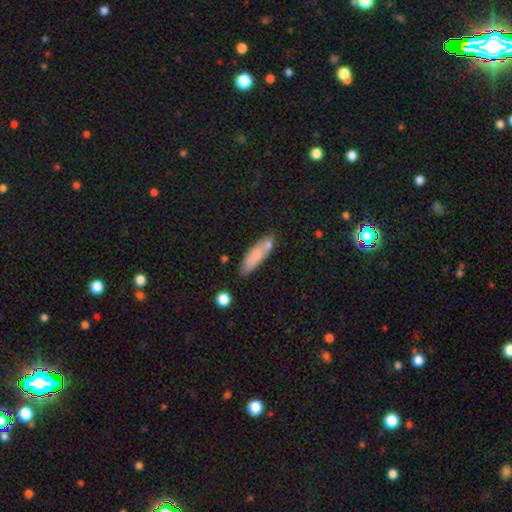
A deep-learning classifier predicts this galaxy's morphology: A smooth galaxy with no disk features (75%) that is cigar-shaped (58%).

Vote fractions:
- Smooth or featured? smooth: 75% / featured or disk: 17% / star or artifact: 7%
- How rounded? cigar-shaped: 58% / in between: 40% / round: 2%
- Merging? none: 64% / minor disturbance: 18% / merger: 14% / major disturbance: 5%